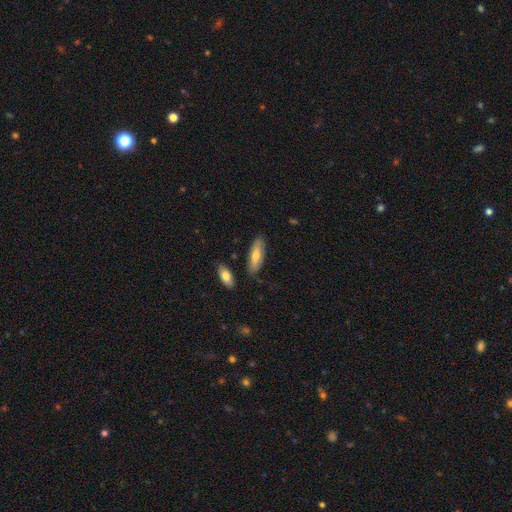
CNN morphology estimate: Smooth or featured? Predicted: smooth (p=0.59). How rounded? Predicted: in between (p=0.56). Merging? Predicted: none (p=0.80).